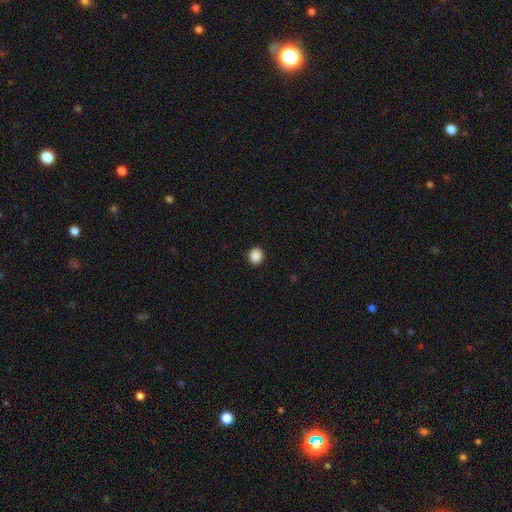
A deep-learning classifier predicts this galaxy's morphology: A smooth galaxy with no disk features (89%) that is round (81%).

Vote fractions:
- Smooth or featured? smooth: 89% / star or artifact: 9% / featured or disk: 2%
- How rounded? round: 81% / in between: 18% / cigar-shaped: 1%
- Merging? none: 92% / minor disturbance: 5% / major disturbance: 2% / merger: 1%